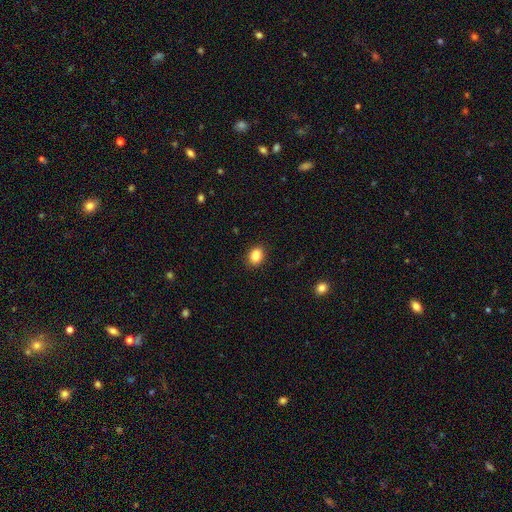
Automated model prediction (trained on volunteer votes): This is clearly a smooth galaxy (85%). How rounded: possibly in between (56%). Merging: clearly none (89%).